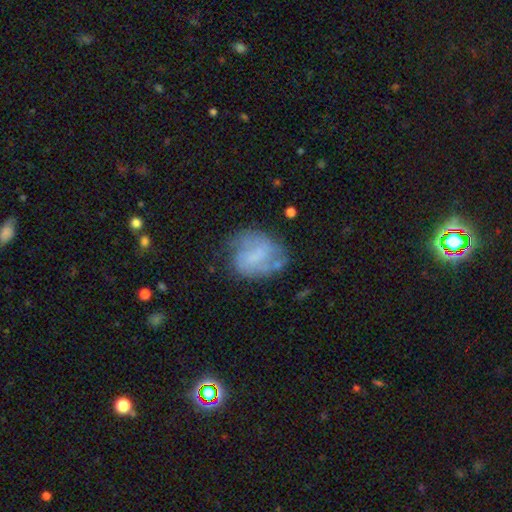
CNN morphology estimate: This appears to be a featured or disk galaxy (57%) with no bar (49%), spiral arms (75%) and no central bulge (51%). Merging: none (58%).